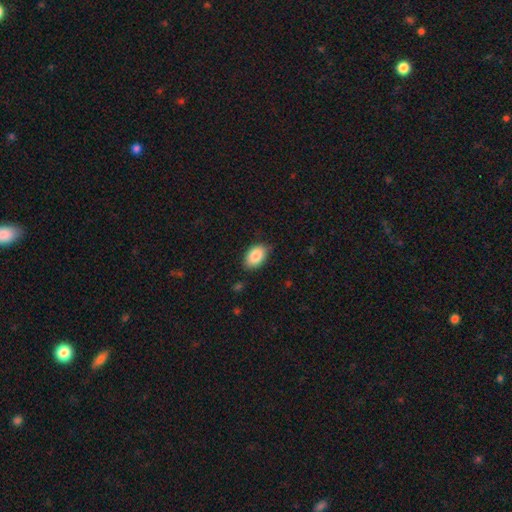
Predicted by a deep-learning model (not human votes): smooth_or_featured: smooth (p=0.86) [alt: featured or disk p=0.07]
how_rounded: in between (p=0.89) [alt: round p=0.10]
merging: none (p=0.77) [alt: minor disturbance p=0.19]